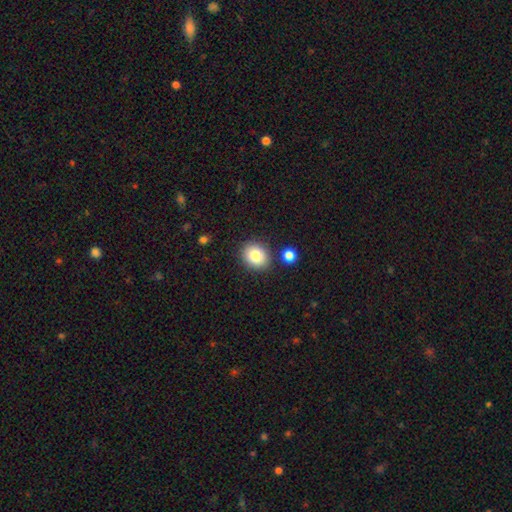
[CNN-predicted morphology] This appears to be a smooth galaxy with no disk features (82%) that is round (63%). Merging: none (83%).